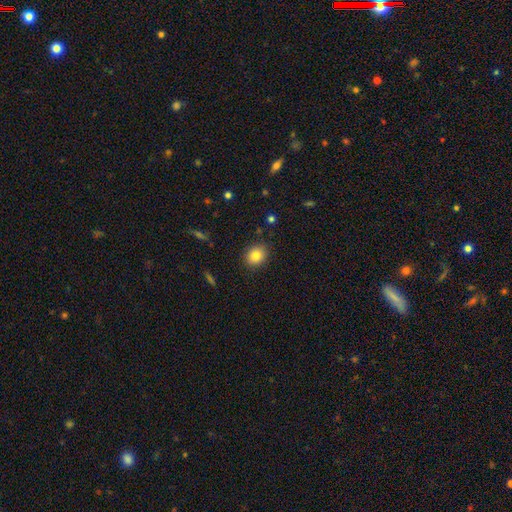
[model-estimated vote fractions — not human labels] Morphology: type=smooth (83%); roundness=round (65%); merging=none (88%).